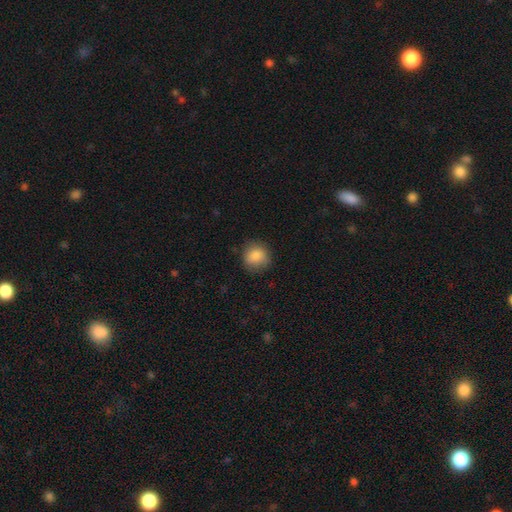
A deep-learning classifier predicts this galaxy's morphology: Smooth or featured? Predicted: smooth (p=0.85). How rounded? Predicted: round (p=0.86). Merging? Predicted: none (p=0.81).